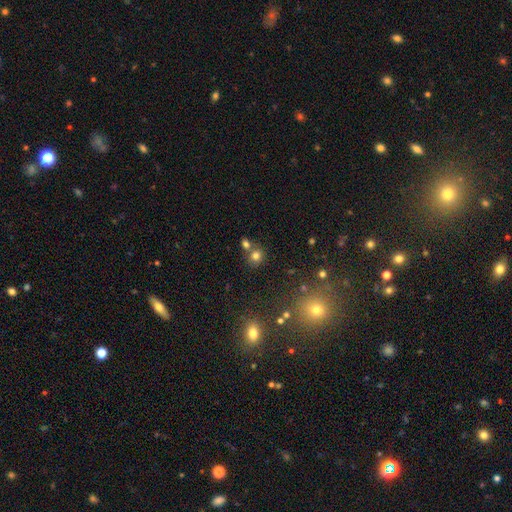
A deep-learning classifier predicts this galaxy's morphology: A smooth galaxy with no disk features (74%) that is round (82%).

Vote fractions:
- Smooth or featured? smooth: 74% / star or artifact: 17% / featured or disk: 9%
- How rounded? round: 82% / in between: 17% / cigar-shaped: 1%
- Merging? none: 61% / merger: 27% / minor disturbance: 9% / major disturbance: 3%